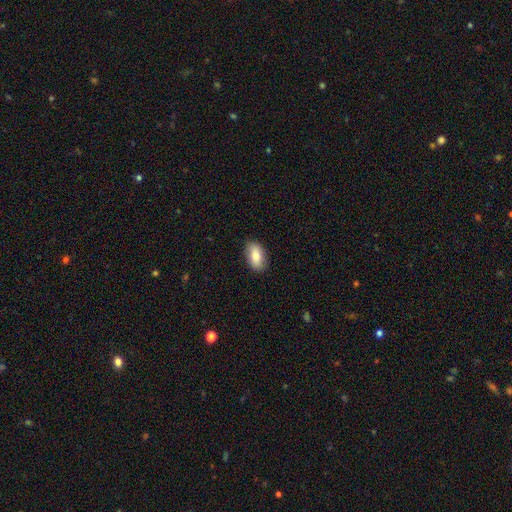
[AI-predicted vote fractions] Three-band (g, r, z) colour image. It shows a smooth galaxy with no disk features (81%) that is in between round and cigar-shaped (92%). Merging: none (87%).